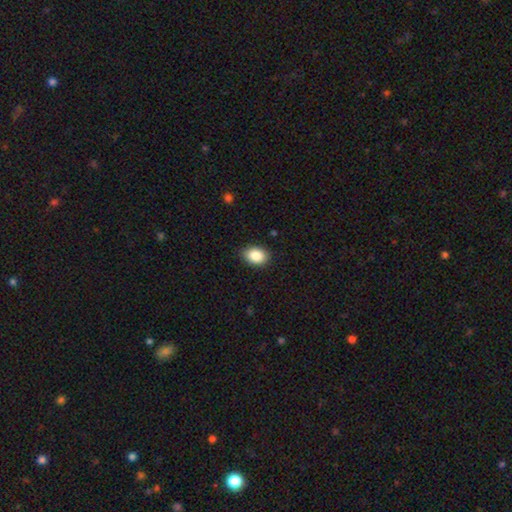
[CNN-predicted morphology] Smooth or featured: smooth — 88% (star or artifact — 8%)
How rounded: in between — 75% (round — 24%)
Merging: none — 86% (minor disturbance — 11%)